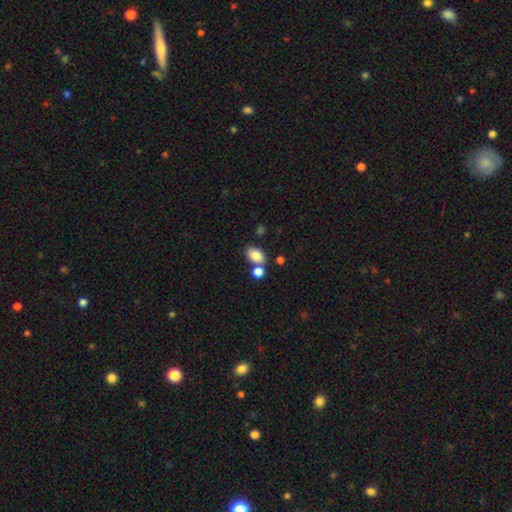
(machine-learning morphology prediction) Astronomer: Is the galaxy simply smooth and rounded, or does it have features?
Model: smooth — 84%.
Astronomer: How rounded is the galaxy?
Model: in between — 81%.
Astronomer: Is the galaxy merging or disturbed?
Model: none — 60%.